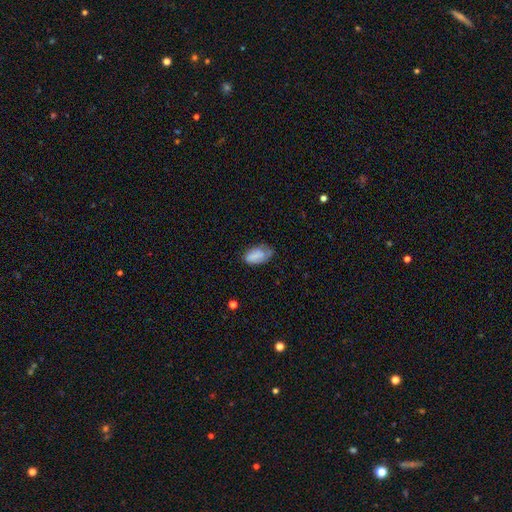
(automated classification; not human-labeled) A smooth galaxy with no disk features (76%) that is in between round and cigar-shaped (93%). Merging: none (50%).